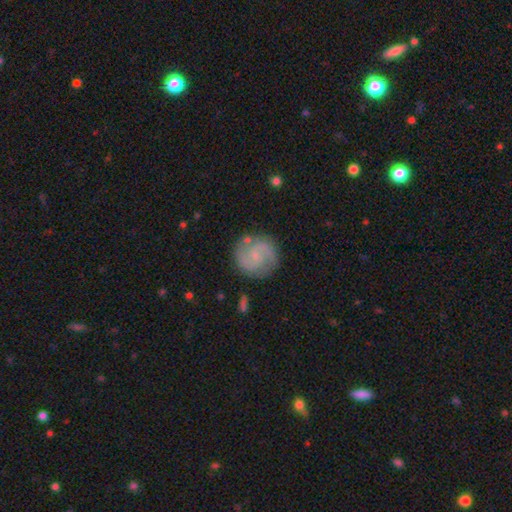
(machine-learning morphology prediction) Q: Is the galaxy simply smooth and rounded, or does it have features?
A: featured or disk — 76%.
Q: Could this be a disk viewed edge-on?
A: no — 98%.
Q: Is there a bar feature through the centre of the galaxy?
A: no — 61%.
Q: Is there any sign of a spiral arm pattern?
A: yes — 94%.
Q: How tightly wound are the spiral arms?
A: medium — 50%.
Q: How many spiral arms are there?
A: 2 — 86%.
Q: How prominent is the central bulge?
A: small — 75%.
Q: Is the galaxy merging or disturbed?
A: none — 81%.